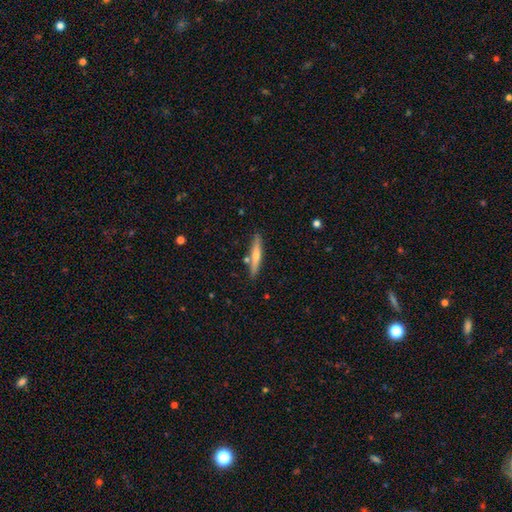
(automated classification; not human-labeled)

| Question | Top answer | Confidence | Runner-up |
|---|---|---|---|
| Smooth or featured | smooth | 48% | featured or disk (46%) |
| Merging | none | 84% | minor disturbance (9%) |